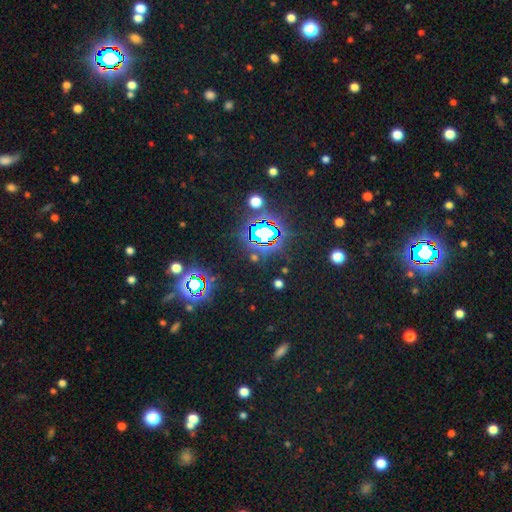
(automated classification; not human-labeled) Overall: star or artifact (79%).